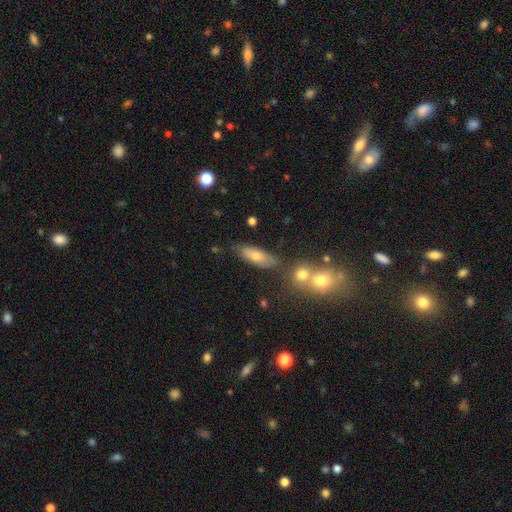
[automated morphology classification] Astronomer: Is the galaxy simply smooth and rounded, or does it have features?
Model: smooth — 67%.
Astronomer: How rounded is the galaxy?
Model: in between — 69%.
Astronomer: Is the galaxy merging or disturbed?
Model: none — 69%.